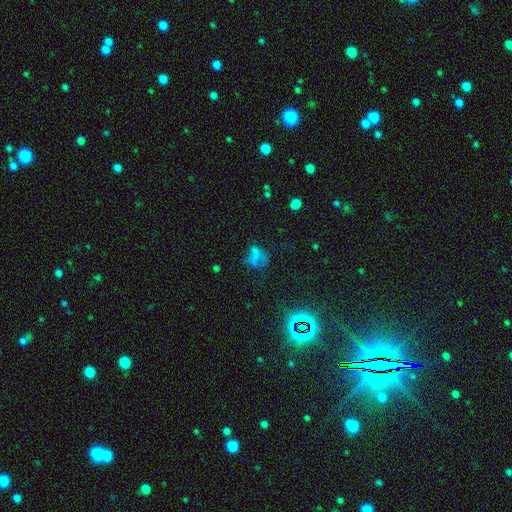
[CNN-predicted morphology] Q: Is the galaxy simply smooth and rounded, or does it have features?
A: smooth — 50%.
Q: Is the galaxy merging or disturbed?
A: none — 39%.